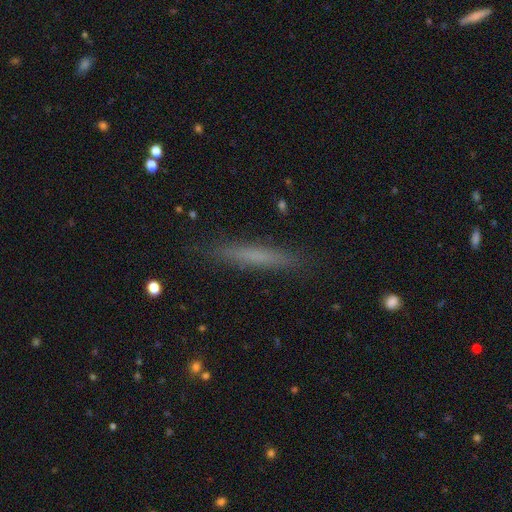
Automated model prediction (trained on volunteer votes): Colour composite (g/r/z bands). It shows a smooth galaxy with no disk features (64%) that is cigar-shaped (95%). Merging: none (89%).